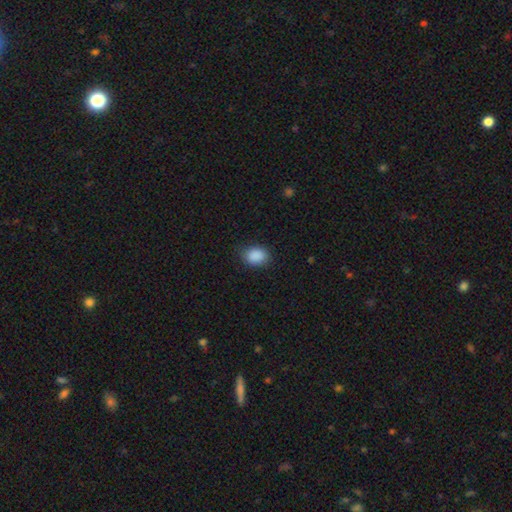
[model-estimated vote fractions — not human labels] Smooth or featured: smooth — 89% (star or artifact — 8%)
How rounded: in between — 62% (round — 37%)
Merging: none — 81% (minor disturbance — 14%)